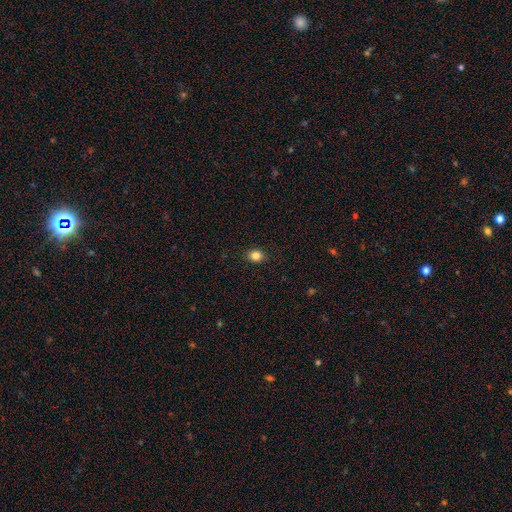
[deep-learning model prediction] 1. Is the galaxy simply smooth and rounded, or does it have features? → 84% smooth, 11% star or artifact, 5% featured or disk.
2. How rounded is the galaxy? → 59% round, 40% in between, 1% cigar-shaped.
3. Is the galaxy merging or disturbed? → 90% none, 7% minor disturbance, 2% major disturbance, 1% merger.